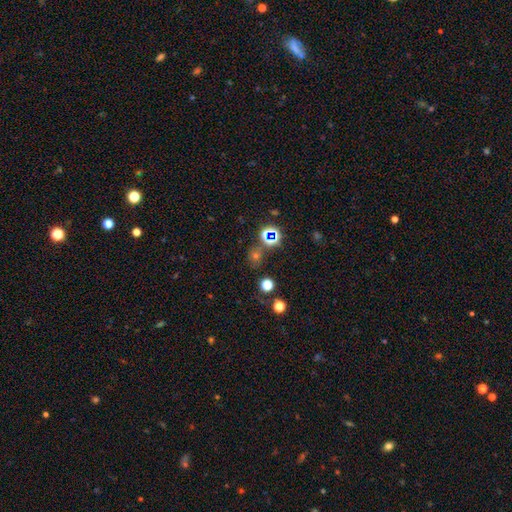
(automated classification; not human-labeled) Morphology: type=star or artifact (54%).